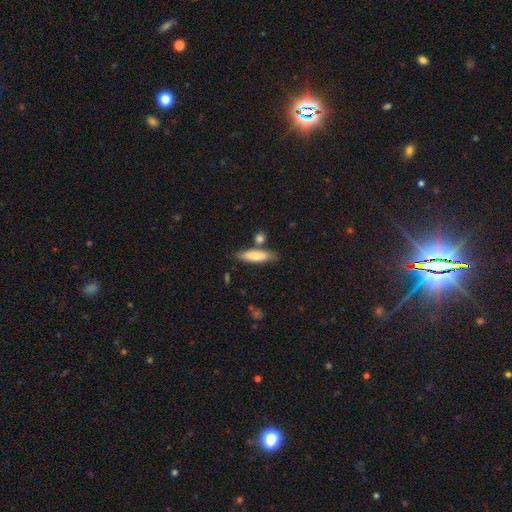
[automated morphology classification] This is likely a smooth galaxy (73%). How rounded: possibly cigar-shaped (59%). Merging: likely none (73%).